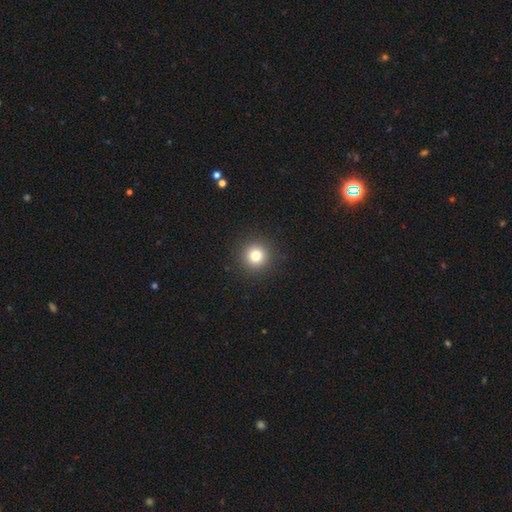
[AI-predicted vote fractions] Smooth or featured?
  - smooth: 79% *
  - star or artifact: 13%
  - featured or disk: 8%
How rounded?
  - round: 96% *
  - in between: 3%
  - cigar-shaped: 1%
Merging?
  - none: 92% *
  - minor disturbance: 5%
  - major disturbance: 2%
  - merger: 1%